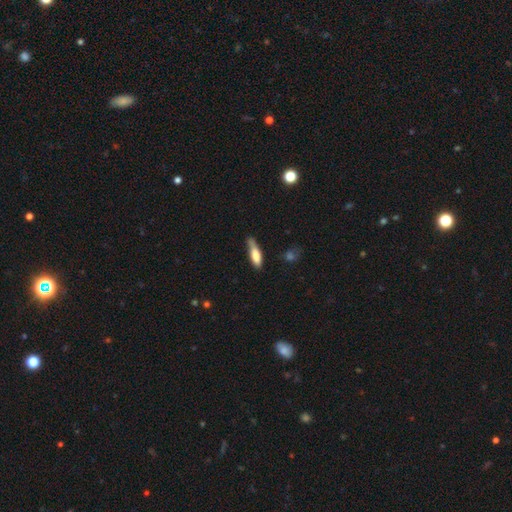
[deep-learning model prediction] A smooth galaxy with no disk features (75%) that is cigar-shaped (56%).

Vote fractions:
- Smooth or featured? smooth: 75% / featured or disk: 18% / star or artifact: 7%
- How rounded? cigar-shaped: 56% / in between: 42% / round: 2%
- Merging? none: 46% / minor disturbance: 38% / major disturbance: 11% / merger: 5%